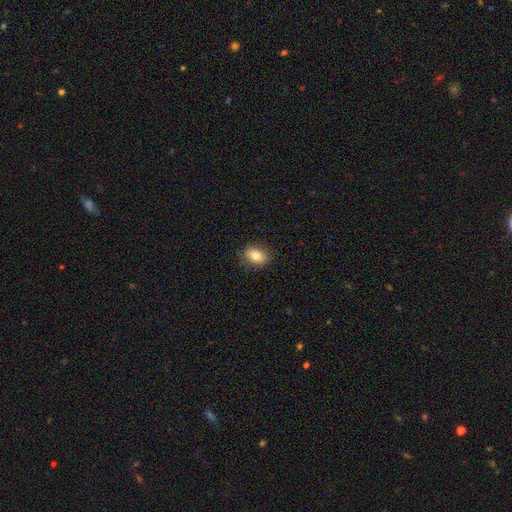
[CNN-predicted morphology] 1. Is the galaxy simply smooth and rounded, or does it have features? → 77% smooth, 15% featured or disk, 9% star or artifact.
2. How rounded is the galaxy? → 75% in between, 22% round, 3% cigar-shaped.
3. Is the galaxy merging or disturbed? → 85% none, 12% minor disturbance, 3% major disturbance, 1% merger.